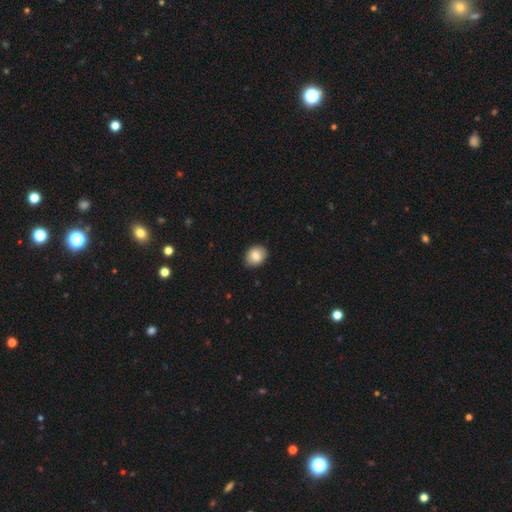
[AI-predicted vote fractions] smooth 84%, featured or disk 8%, star or artifact 8%. Down the decision tree: how rounded — in between (50%); merging — none (87%).